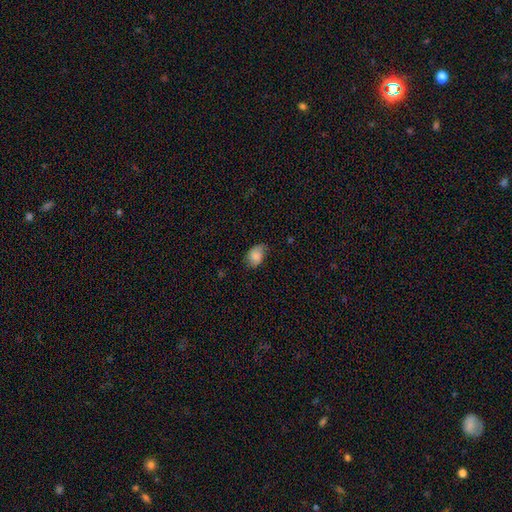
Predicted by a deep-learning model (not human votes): Smooth or featured: smooth — 83% (featured or disk — 8%)
How rounded: in between — 74% (round — 25%)
Merging: none — 56% (minor disturbance — 34%)